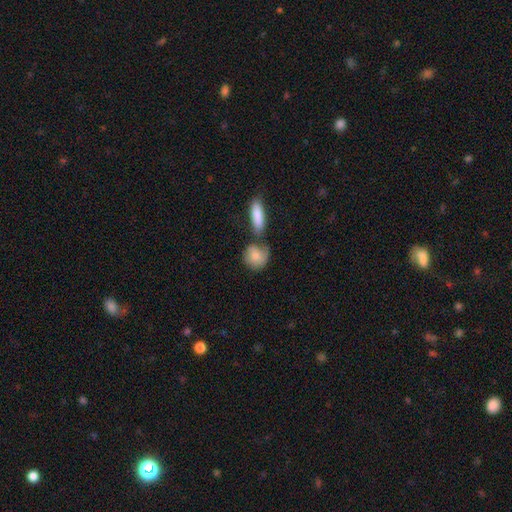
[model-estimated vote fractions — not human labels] Smooth or featured? Predicted: smooth (p=0.77). How rounded? Predicted: round (p=0.65). Merging? Predicted: none (p=0.43).